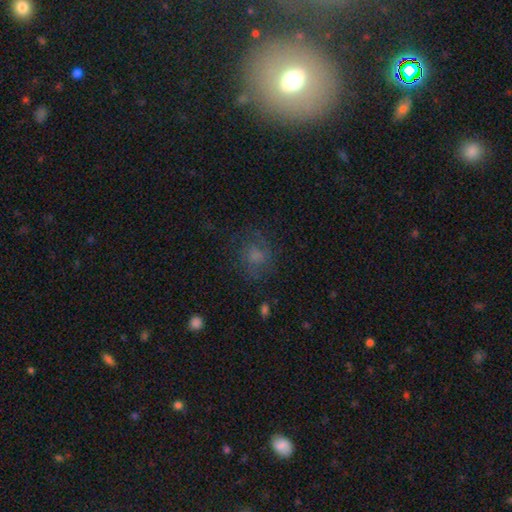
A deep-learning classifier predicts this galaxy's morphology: Smooth or featured? smooth (56%)
How rounded? round (74%)
Merging? none (65%)